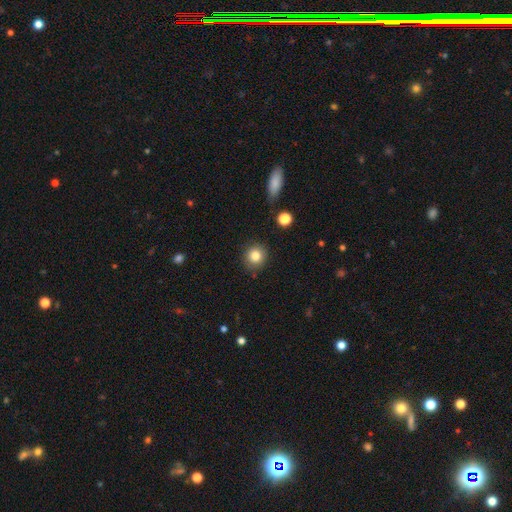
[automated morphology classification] This is clearly a smooth galaxy (83%). How rounded: clearly round (89%). Merging: clearly none (86%).